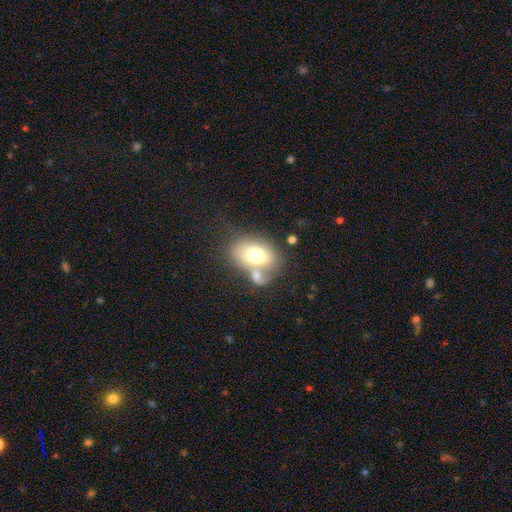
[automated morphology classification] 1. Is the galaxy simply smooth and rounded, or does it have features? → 68% smooth, 24% featured or disk, 8% star or artifact.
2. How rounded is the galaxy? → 82% in between, 17% round, 1% cigar-shaped.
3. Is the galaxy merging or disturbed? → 37% none, 36% merger, 16% minor disturbance, 10% major disturbance.